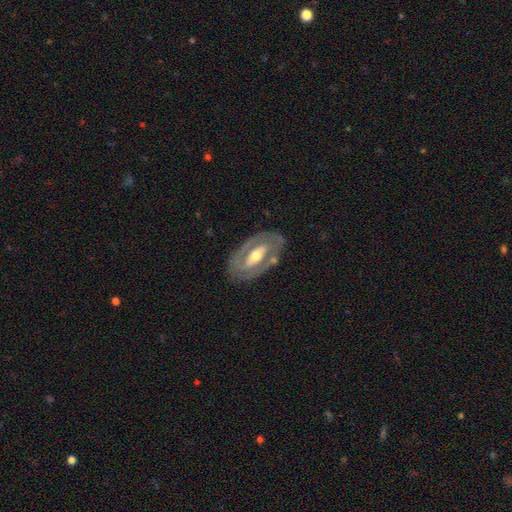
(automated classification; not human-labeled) Smooth or featured? Predicted: featured or disk (p=0.73). Edge-on disk? Predicted: no (p=0.89). Bar? Predicted: no (p=0.37, tied with strong). Spiral arms? Predicted: no (p=0.59). Bulge size? Predicted: moderate (p=0.66). Merging? Predicted: none (p=0.76).